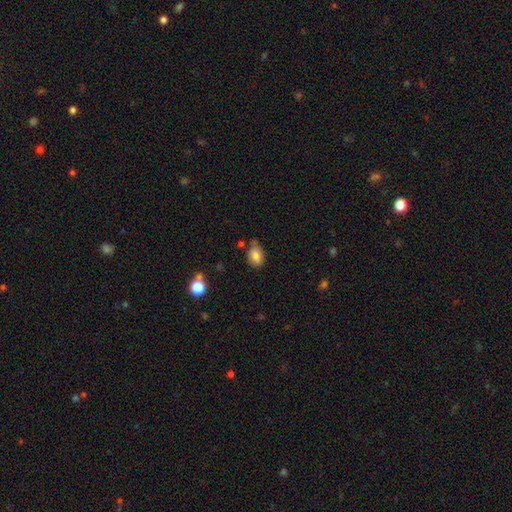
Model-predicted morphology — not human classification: A smooth galaxy with no disk features (79%) that is in between round and cigar-shaped (77%).

Vote fractions:
- Smooth or featured? smooth: 79% / featured or disk: 12% / star or artifact: 9%
- How rounded? in between: 77% / round: 21% / cigar-shaped: 1%
- Merging? none: 62% / minor disturbance: 27% / merger: 6% / major disturbance: 5%